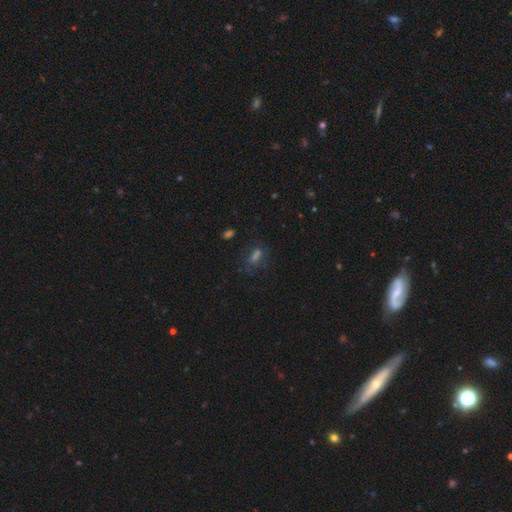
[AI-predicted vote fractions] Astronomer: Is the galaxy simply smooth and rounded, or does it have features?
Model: smooth — 49% (runner-up: star or artifact, 34%).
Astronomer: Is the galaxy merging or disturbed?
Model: none — 66%.